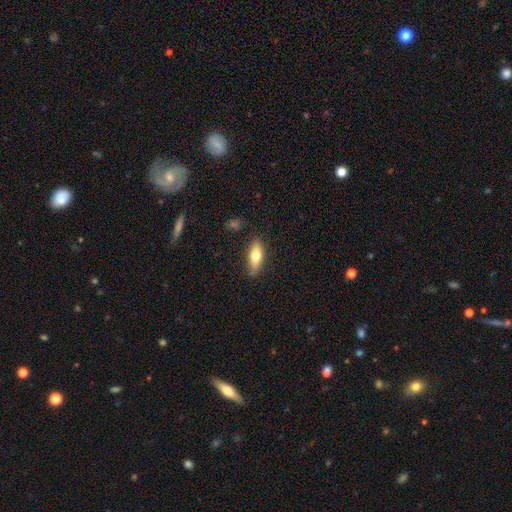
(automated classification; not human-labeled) Smooth or featured? smooth (75%)
How rounded? in between (73%)
Merging? none (78%)